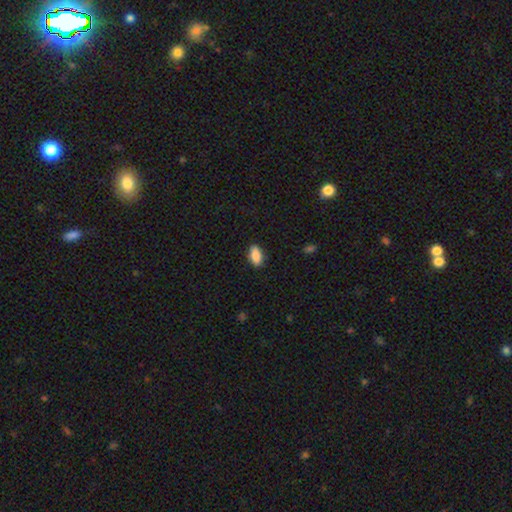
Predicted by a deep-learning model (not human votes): Morphology: type=smooth (87%); roundness=in between (90%); merging=none (86%).